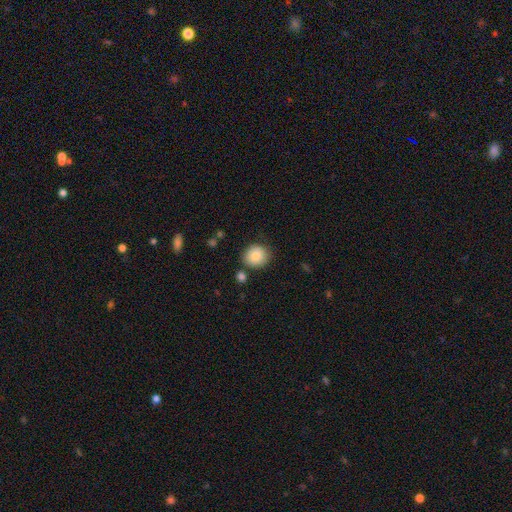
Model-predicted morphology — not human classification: Smooth or featured? Predicted: smooth (p=0.84). How rounded? Predicted: round (p=0.83). Merging? Predicted: none (p=0.78).